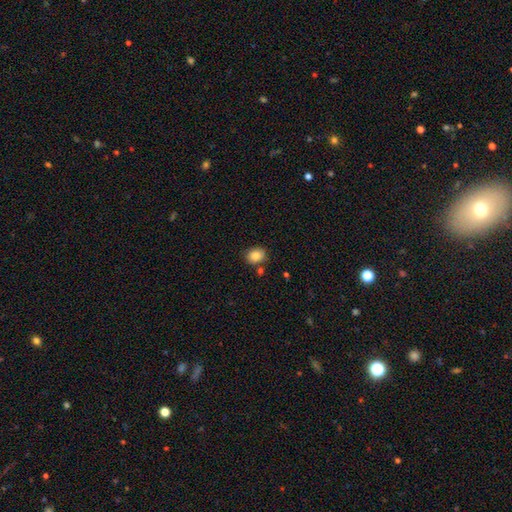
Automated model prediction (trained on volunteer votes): Smooth or featured?
  - smooth: 86% *
  - star or artifact: 9%
  - featured or disk: 6%
How rounded?
  - round: 50% *
  - in between: 49%
  - cigar-shaped: 1%
Merging?
  - none: 79% *
  - minor disturbance: 11%
  - merger: 7%
  - major disturbance: 3%